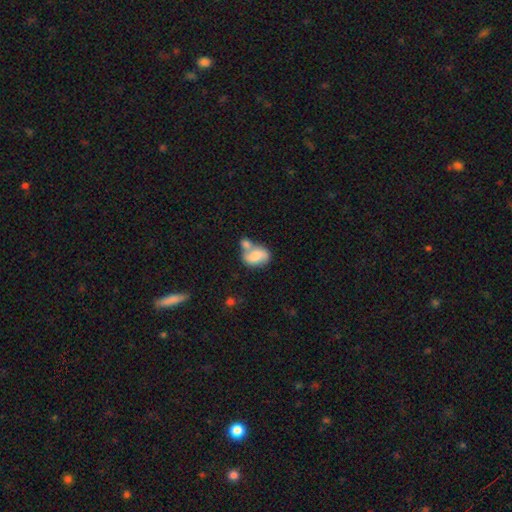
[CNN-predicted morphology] Smooth or featured? smooth (63%)
How rounded? in between (79%)
Merging? merger (53%)